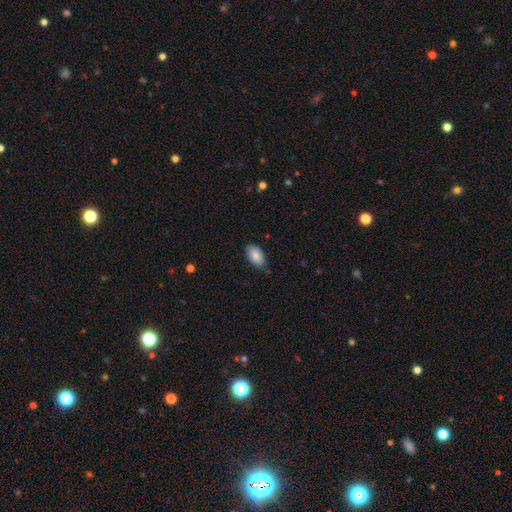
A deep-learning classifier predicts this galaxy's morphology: smooth_or_featured: smooth (p=0.87) [alt: star or artifact p=0.07]
how_rounded: in between (p=0.95) [alt: round p=0.03]
merging: none (p=0.77) [alt: minor disturbance p=0.19]